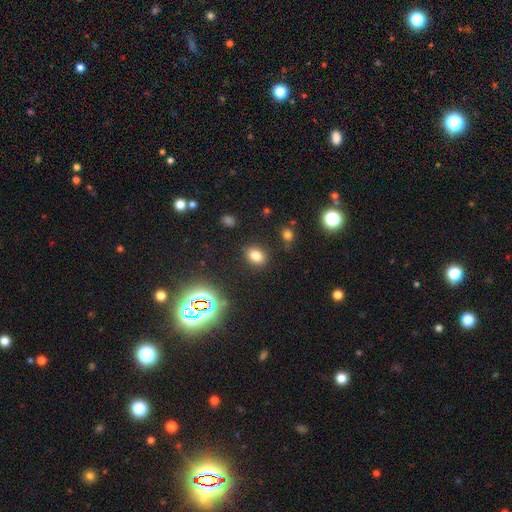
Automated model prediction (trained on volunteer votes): smooth 77%, star or artifact 16%, featured or disk 7%. Down the decision tree: how rounded — in between (62%); merging — none (85%).